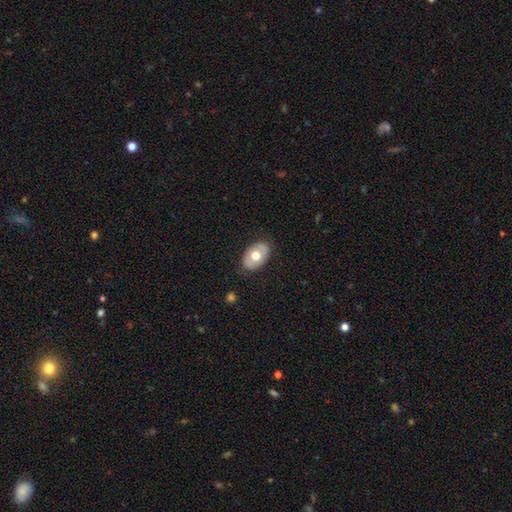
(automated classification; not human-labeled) This appears to be a smooth galaxy with no disk features (60%) that is in between round and cigar-shaped (85%). Merging: none (84%).